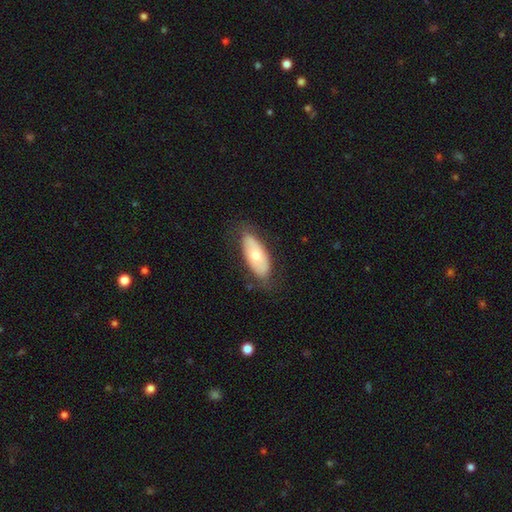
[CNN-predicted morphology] This is likely a smooth galaxy (61%). How rounded: clearly in between (86%). Merging: likely none (75%).